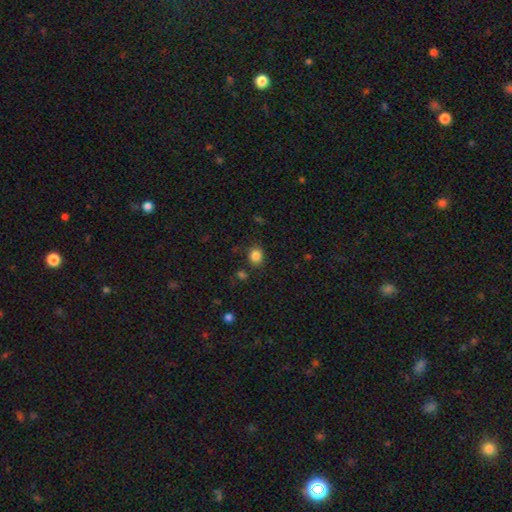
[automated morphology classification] The model was most divided on "how rounded": round: 62%, in between: 37%, cigar-shaped: 1%. More confident: smooth or featured — smooth (85%); merging — none (81%).